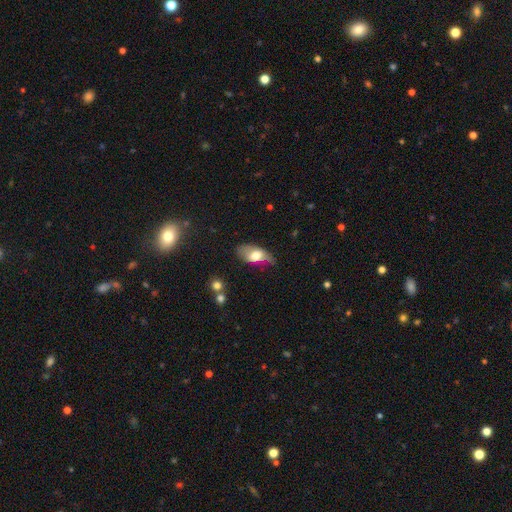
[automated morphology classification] smooth-or-featured: smooth: 63% | featured or disk: 30% | star or artifact: 7%
  how-rounded: in between: 90% | cigar-shaped: 6% | round: 4%
  merging: none: 51% | minor disturbance: 34% | major disturbance: 12% | merger: 3%